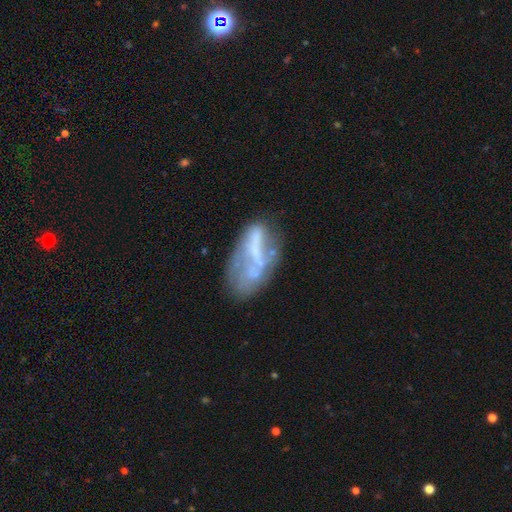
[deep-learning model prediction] Smooth or featured? Predicted: featured or disk (p=0.60). Edge-on disk? Predicted: no (p=0.91). Bar? Predicted: no (p=0.58). Spiral arms? Predicted: no (p=0.81). Bulge size? Predicted: none (p=0.61). Merging? Predicted: none (p=0.42).